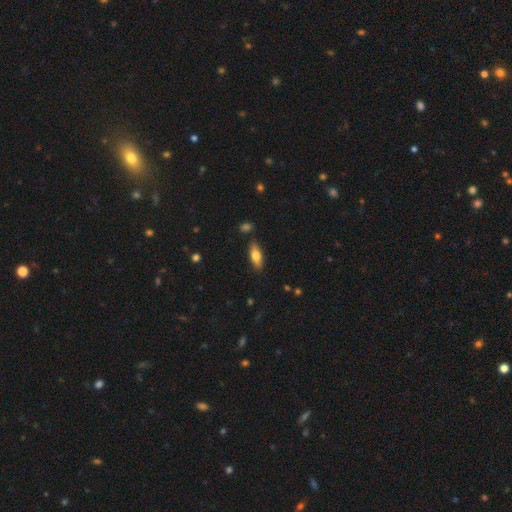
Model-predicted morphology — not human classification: Smooth or featured?
  - smooth: 71% *
  - featured or disk: 22%
  - star or artifact: 7%
How rounded?
  - in between: 68% *
  - cigar-shaped: 29%
  - round: 3%
Merging?
  - none: 83% *
  - minor disturbance: 11%
  - merger: 3%
  - major disturbance: 2%